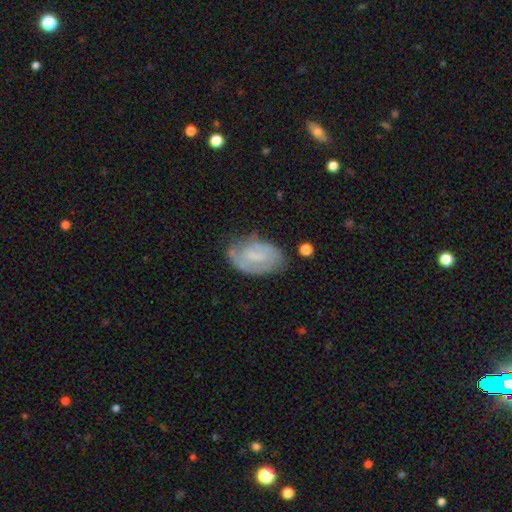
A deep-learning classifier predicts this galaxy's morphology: featured or disk 51%, smooth 42%, star or artifact 7%. Down the decision tree: edge-on disk — no (95%); merging — none (57%).